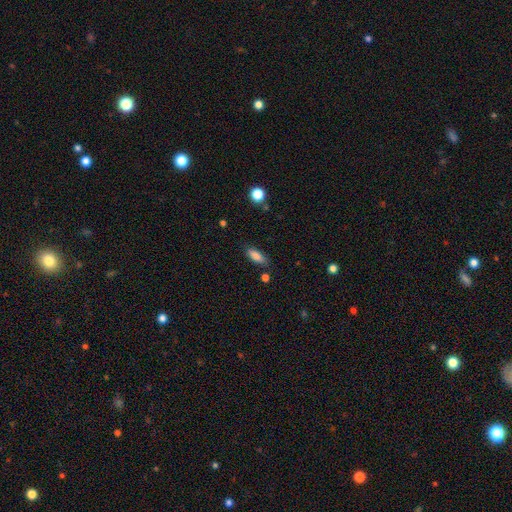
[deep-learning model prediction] Smooth or featured? smooth (82%)
How rounded? in between (67%)
Merging? none (80%)